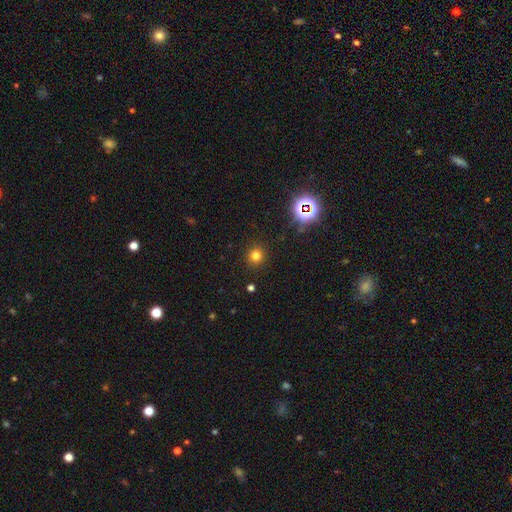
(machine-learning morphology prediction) smooth_or_featured: smooth (p=0.74) [alt: star or artifact p=0.20]
how_rounded: round (p=0.92) [alt: in between p=0.07]
merging: none (p=0.90) [alt: minor disturbance p=0.06]